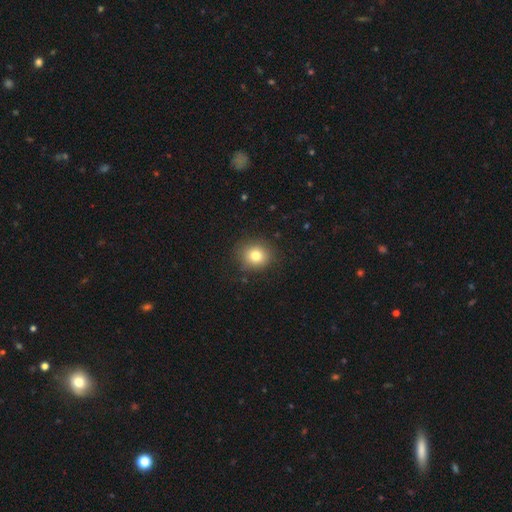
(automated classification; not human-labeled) Smooth or featured? smooth (79%)
How rounded? round (83%)
Merging? none (86%)